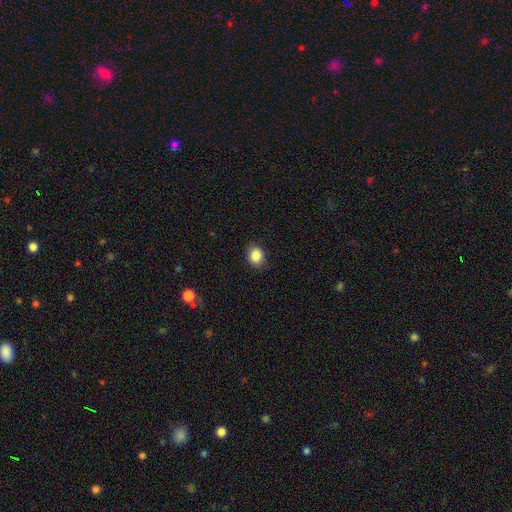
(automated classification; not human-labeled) Overall: smooth (86%). How rounded: round (54%; in between 45%). Merging: none (85%).